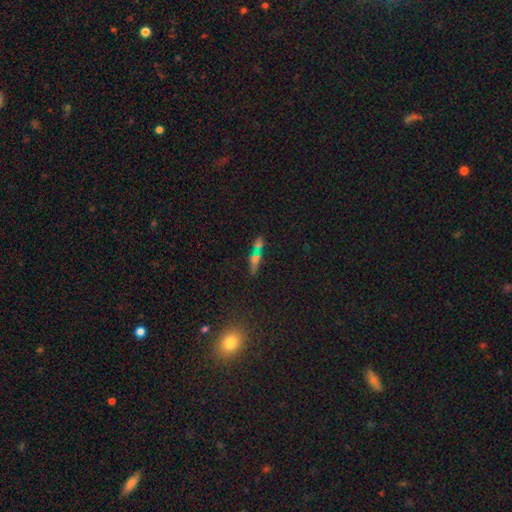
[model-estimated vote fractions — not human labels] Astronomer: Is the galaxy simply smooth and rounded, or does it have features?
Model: smooth — 49% (runner-up: featured or disk, 28%).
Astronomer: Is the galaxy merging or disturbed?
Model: none — 58%.